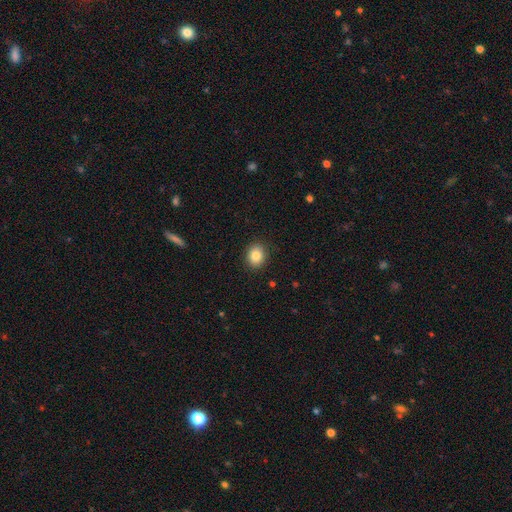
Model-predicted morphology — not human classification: Smooth or featured?
  - smooth: 84% *
  - star or artifact: 9%
  - featured or disk: 6%
How rounded?
  - round: 64% *
  - in between: 36%
  - cigar-shaped: 1%
Merging?
  - none: 90% *
  - minor disturbance: 7%
  - major disturbance: 2%
  - merger: 1%